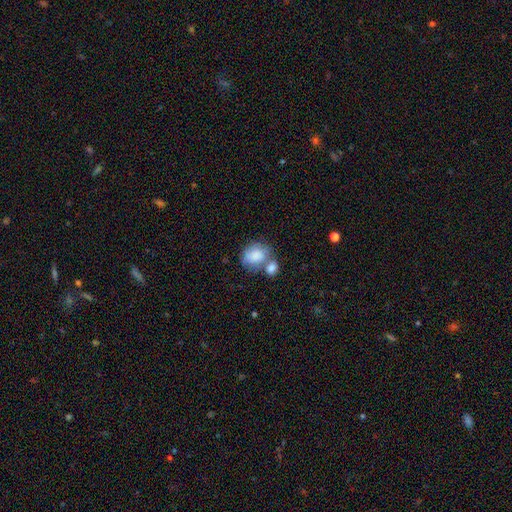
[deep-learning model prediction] Smooth or featured: smooth — 79% (featured or disk — 15%)
How rounded: in between — 52% (round — 47%)
Merging: merger — 48% (none — 30%)